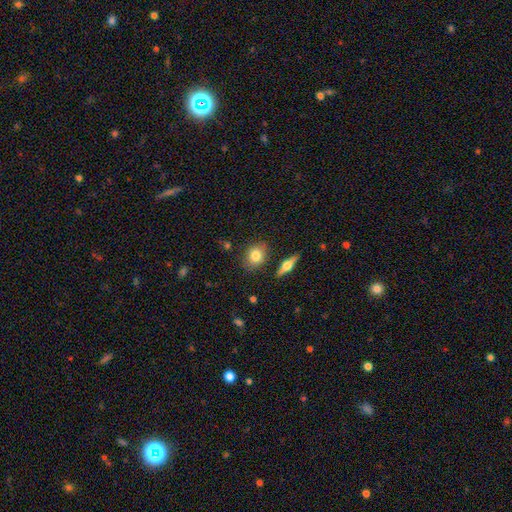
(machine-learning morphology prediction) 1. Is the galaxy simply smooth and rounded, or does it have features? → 78% smooth, 14% featured or disk, 8% star or artifact.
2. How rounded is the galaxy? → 50% round, 47% in between, 3% cigar-shaped.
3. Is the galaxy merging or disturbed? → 79% none, 13% minor disturbance, 4% merger, 3% major disturbance.